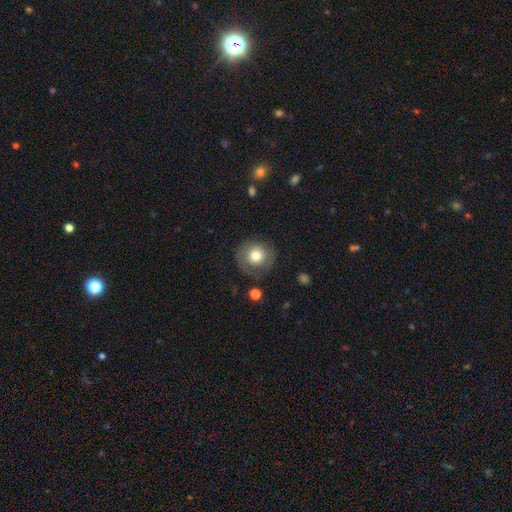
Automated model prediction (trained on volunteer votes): Smooth or featured? Predicted: smooth (p=0.68). How rounded? Predicted: round (p=0.91). Merging? Predicted: none (p=0.74).